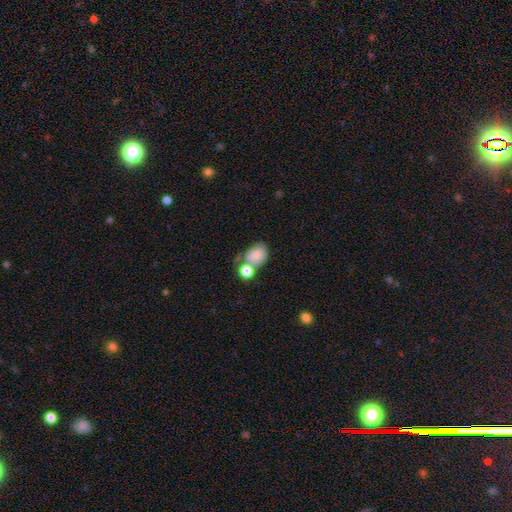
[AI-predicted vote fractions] The model was most divided on "merging": merger: 38%, none: 35%, minor disturbance: 18%, major disturbance: 9%. More confident: smooth or featured — smooth (73%); how rounded — in between (65%).